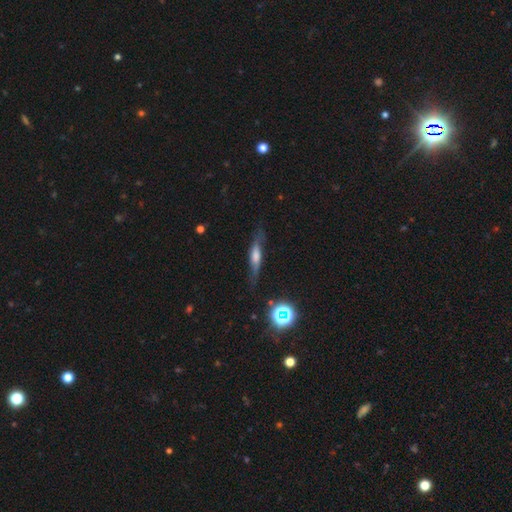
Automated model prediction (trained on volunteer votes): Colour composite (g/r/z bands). It shows a featured or disk galaxy (58%) viewed edge-on (84%). Merging: none (76%).